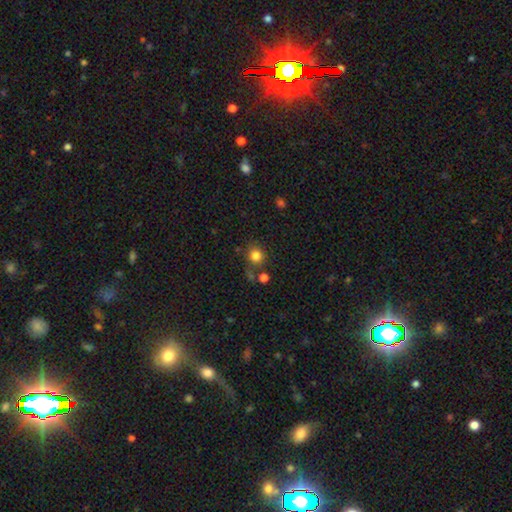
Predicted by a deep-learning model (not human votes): Q: Smooth or featured?
A: smooth (81%); runner-up: star or artifact (13%)
Q: How rounded?
A: round (86%); runner-up: in between (13%)
Q: Merging?
A: none (69%); runner-up: merger (13%)